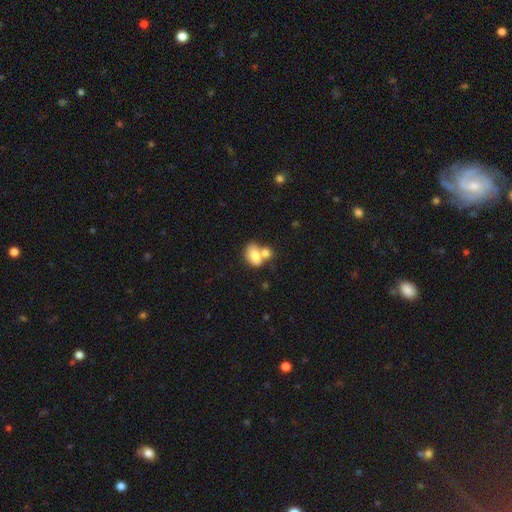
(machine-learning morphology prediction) A smooth galaxy with no disk features (77%) that is in between round and cigar-shaped (81%).

Vote fractions:
- Smooth or featured? smooth: 77% / featured or disk: 15% / star or artifact: 8%
- How rounded? in between: 81% / round: 17% / cigar-shaped: 2%
- Merging? merger: 56% / none: 29% / minor disturbance: 10% / major disturbance: 5%